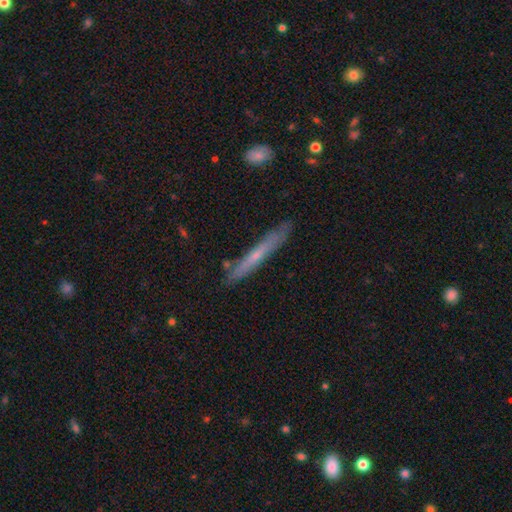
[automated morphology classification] Smooth or featured? featured or disk (50%)
Merging? none (83%)